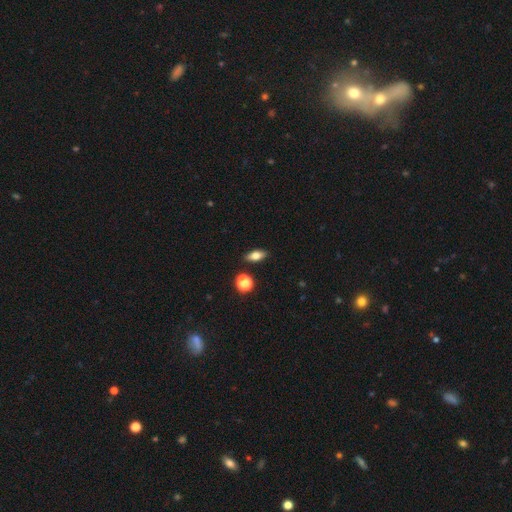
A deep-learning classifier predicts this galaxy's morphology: Smooth or featured?
  - smooth: 70% *
  - featured or disk: 20%
  - star or artifact: 10%
How rounded?
  - in between: 78% *
  - cigar-shaped: 14%
  - round: 8%
Merging?
  - none: 86% *
  - minor disturbance: 9%
  - merger: 3%
  - major disturbance: 2%